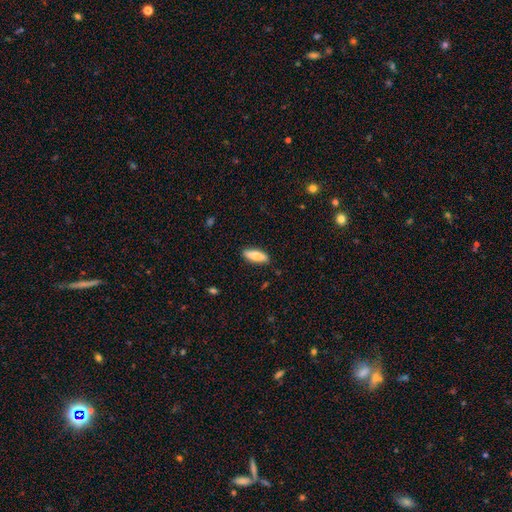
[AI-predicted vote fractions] Smooth or featured?
  - smooth: 73% *
  - featured or disk: 22%
  - star or artifact: 6%
How rounded?
  - in between: 55% *
  - cigar-shaped: 43%
  - round: 2%
Merging?
  - none: 88% *
  - minor disturbance: 9%
  - major disturbance: 2%
  - merger: 1%